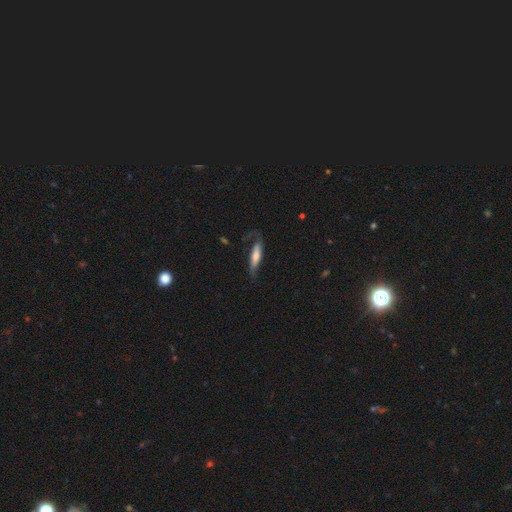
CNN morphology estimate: Q: Smooth or featured?
A: featured or disk (49%); runner-up: smooth (45%)
Q: Merging?
A: none (52%); runner-up: minor disturbance (25%)